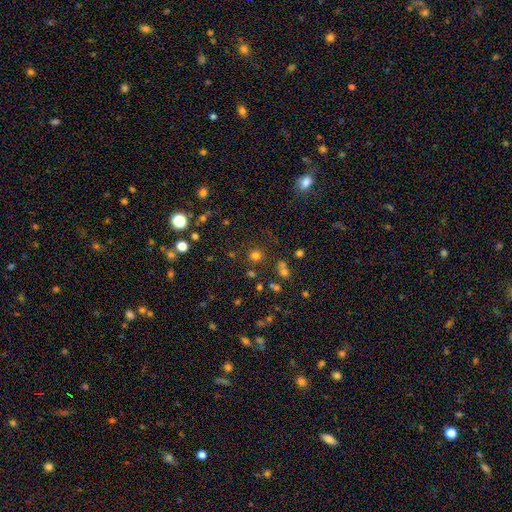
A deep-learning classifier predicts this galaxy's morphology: Smooth or featured? Predicted: smooth (p=0.70). How rounded? Predicted: round (p=0.88). Merging? Predicted: none (p=0.80).